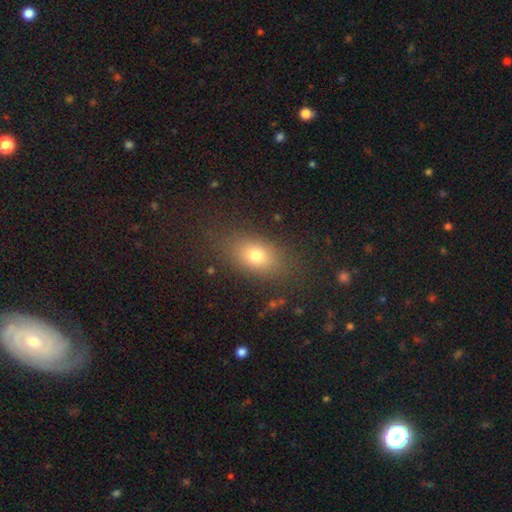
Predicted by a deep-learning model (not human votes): Morphology: type=smooth (74%); roundness=in between (76%); merging=none (82%).